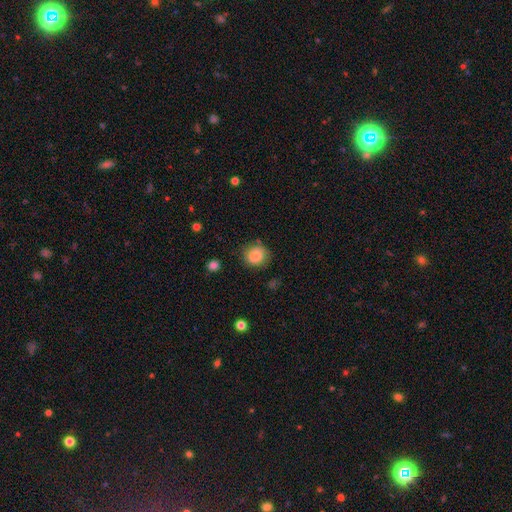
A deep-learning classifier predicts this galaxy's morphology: Smooth or featured? Predicted: smooth (p=0.85). How rounded? Predicted: round (p=0.83). Merging? Predicted: none (p=0.77).